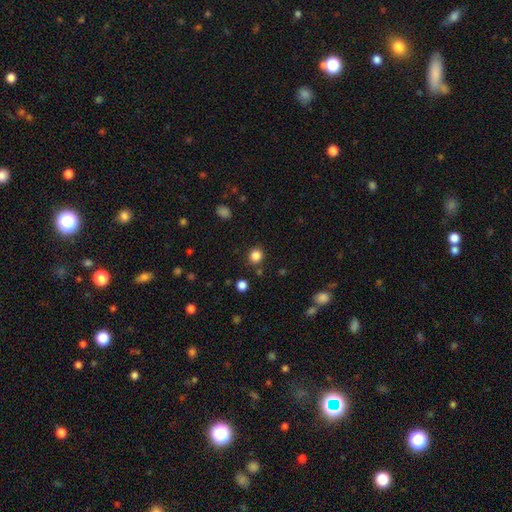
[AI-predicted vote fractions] The model was most divided on "smooth or featured": smooth: 84%, star or artifact: 12%, featured or disk: 4%. More confident: how rounded — round (88%); merging — none (85%).